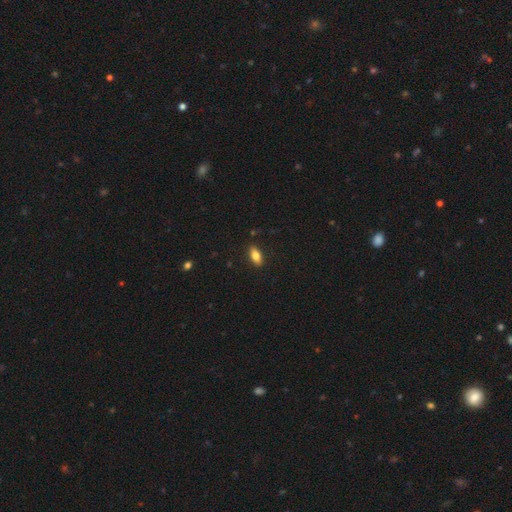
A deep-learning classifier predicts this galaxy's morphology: Overall: smooth (80%). How rounded: in between (85%). Merging: none (88%).